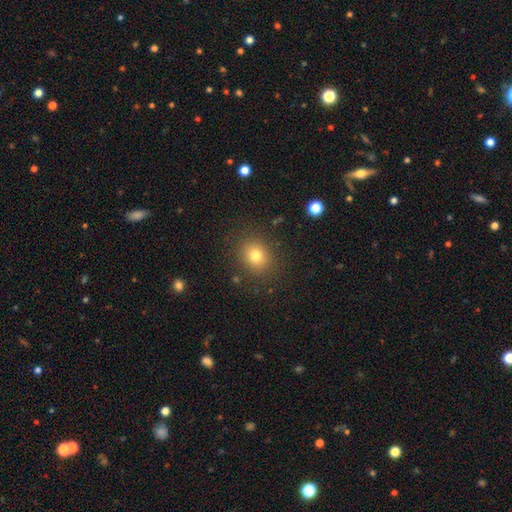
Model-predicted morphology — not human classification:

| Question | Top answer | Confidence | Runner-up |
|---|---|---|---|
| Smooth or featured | smooth | 78% | star or artifact (13%) |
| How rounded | round | 69% | in between (30%) |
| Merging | none | 86% | minor disturbance (9%) |